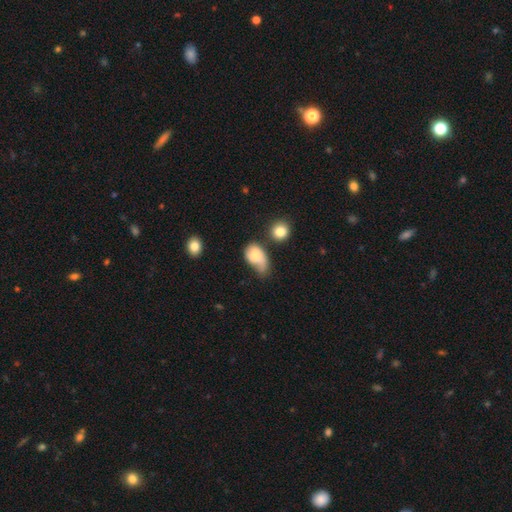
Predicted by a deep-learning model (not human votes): This appears to be a smooth galaxy with no disk features (65%) that is in between round and cigar-shaped (79%). Merging: minor disturbance (35%).